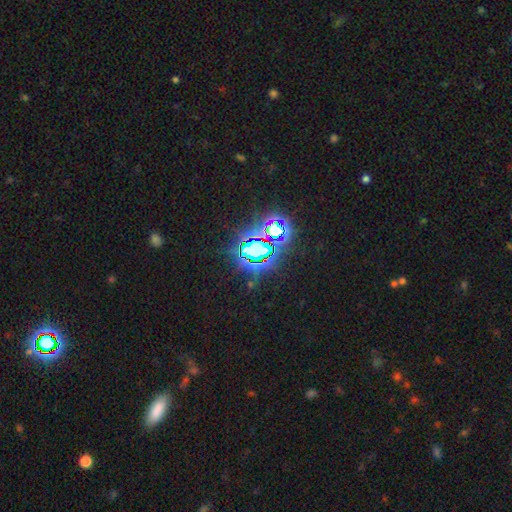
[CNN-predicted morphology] A star or artifact, not a galaxy (80%).

Vote fractions:
- Smooth or featured? star or artifact: 80% / smooth: 13% / featured or disk: 8%